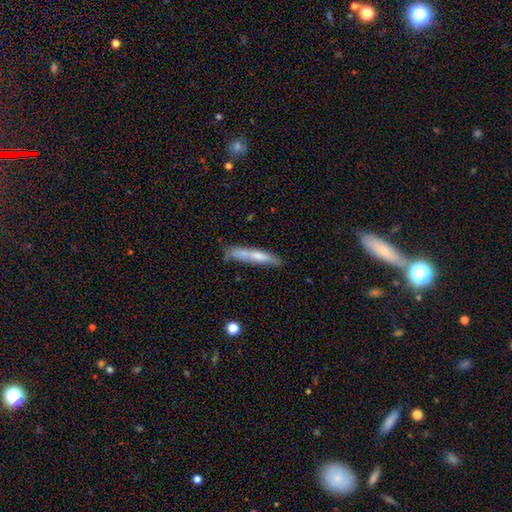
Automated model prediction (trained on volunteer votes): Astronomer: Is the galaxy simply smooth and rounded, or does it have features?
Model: smooth — 63%.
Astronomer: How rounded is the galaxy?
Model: cigar-shaped — 91%.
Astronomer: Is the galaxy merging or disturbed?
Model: none — 67%.